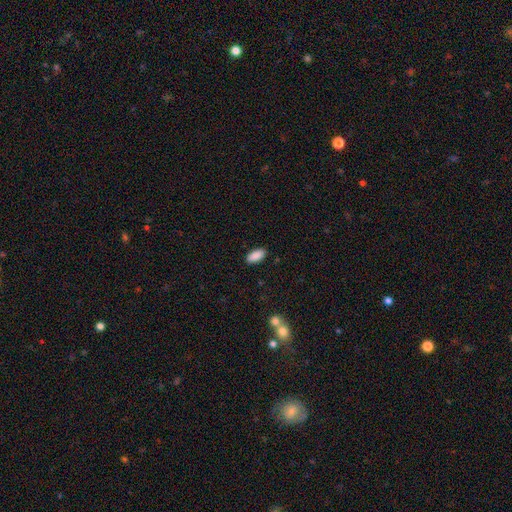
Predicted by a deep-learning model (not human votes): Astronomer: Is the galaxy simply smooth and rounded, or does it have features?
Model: smooth — 90%.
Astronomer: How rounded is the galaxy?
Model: in between — 91%.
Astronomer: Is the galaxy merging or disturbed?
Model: none — 89%.